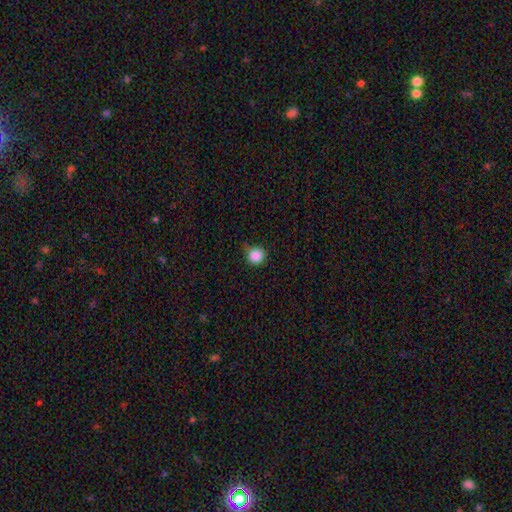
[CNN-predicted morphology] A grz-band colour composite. It shows a smooth galaxy with no disk features (86%) that is round (91%). Merging: none (75%).